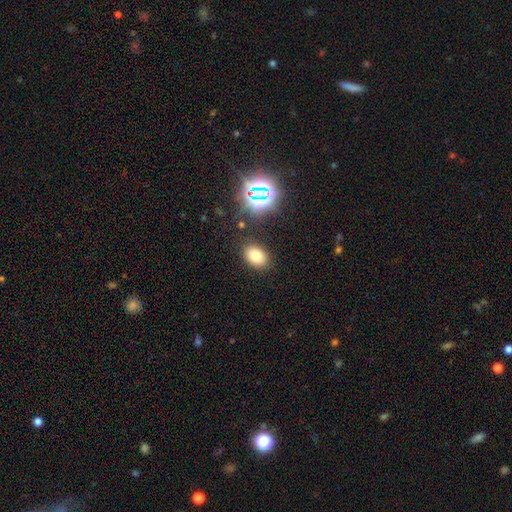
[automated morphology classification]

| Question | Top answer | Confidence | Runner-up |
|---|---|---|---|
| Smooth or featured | smooth | 75% | star or artifact (17%) |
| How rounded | in between | 78% | round (20%) |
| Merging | none | 85% | minor disturbance (10%) |